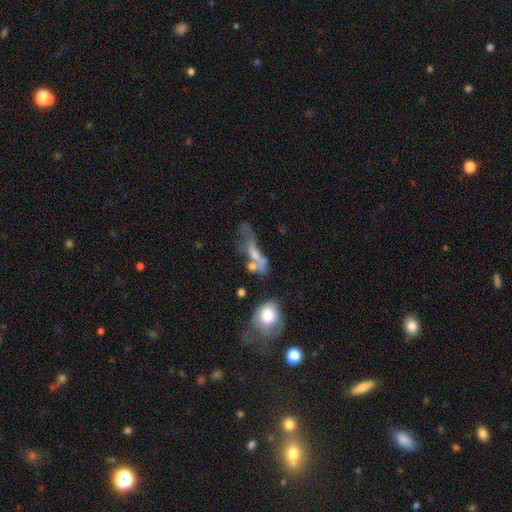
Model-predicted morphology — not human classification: smooth-or-featured: smooth: 43% (tied) | featured or disk: 43% (tied) | star or artifact: 14%
  merging: merger: 34% | major disturbance: 33% | none: 18% | minor disturbance: 14%